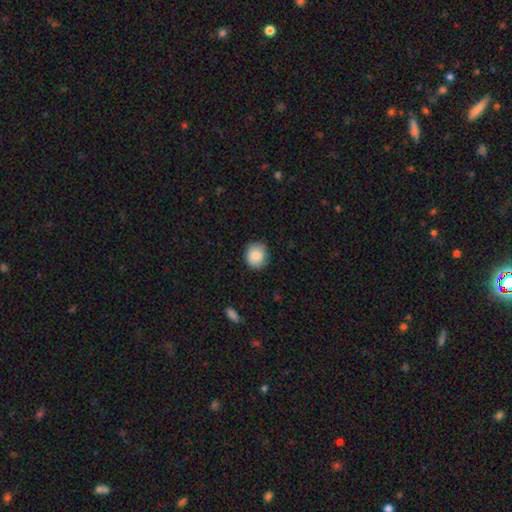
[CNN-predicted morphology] Smooth or featured?
  - smooth: 87% *
  - star or artifact: 7%
  - featured or disk: 6%
How rounded?
  - round: 79% *
  - in between: 20%
  - cigar-shaped: 1%
Merging?
  - none: 84% *
  - minor disturbance: 12%
  - major disturbance: 2%
  - merger: 1%